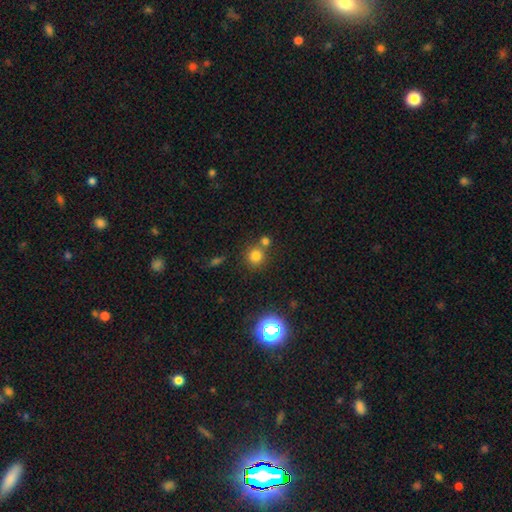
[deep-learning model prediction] This appears to be a smooth galaxy with no disk features (77%) that is round (89%). Merging: none (62%).